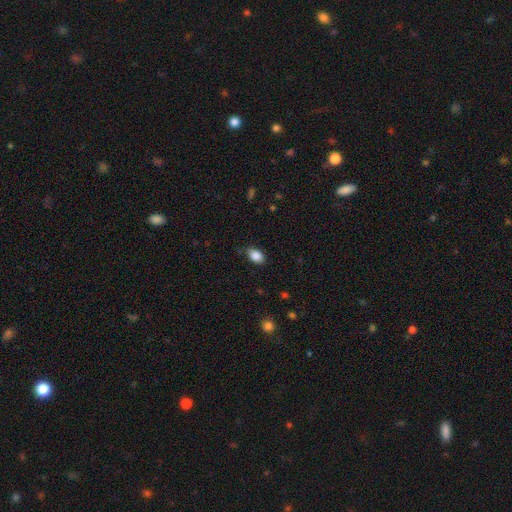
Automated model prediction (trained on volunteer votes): Morphology: type=smooth (86%); roundness=in between (85%); merging=none (73%).